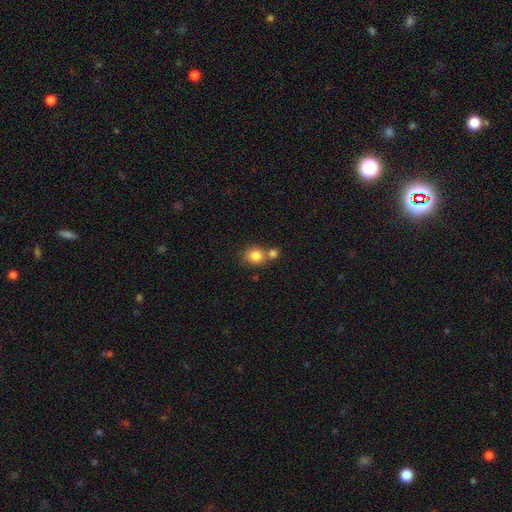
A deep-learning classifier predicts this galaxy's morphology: smooth-or-featured: smooth: 83% | star or artifact: 10% | featured or disk: 8%
  how-rounded: round: 81% | in between: 18% | cigar-shaped: 1%
  merging: none: 50% | merger: 38% | minor disturbance: 9% | major disturbance: 3%